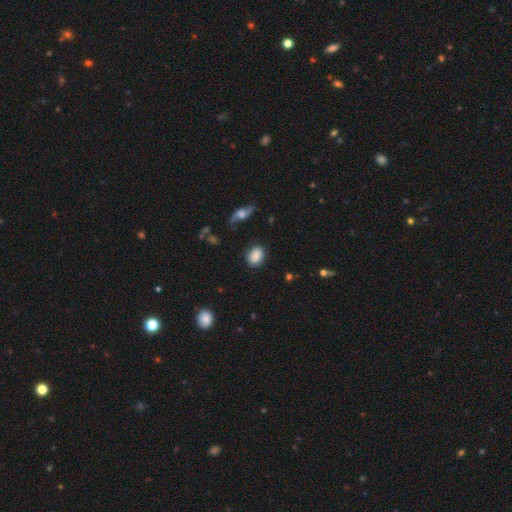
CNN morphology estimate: type=smooth (84%); roundness=in between (76%); merging=none (80%).